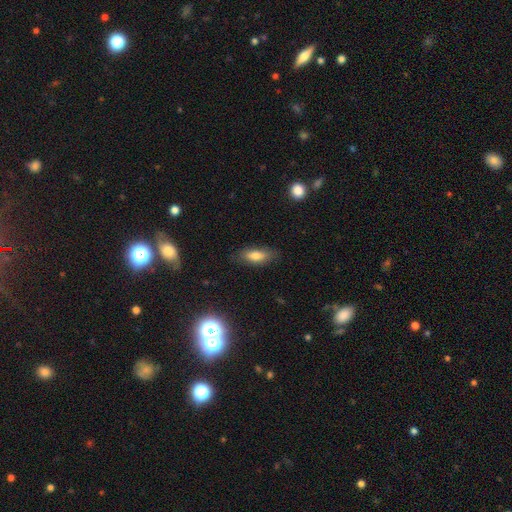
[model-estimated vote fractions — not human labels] This is likely a smooth galaxy (77%). How rounded: likely in between (72%). Merging: likely none (80%).